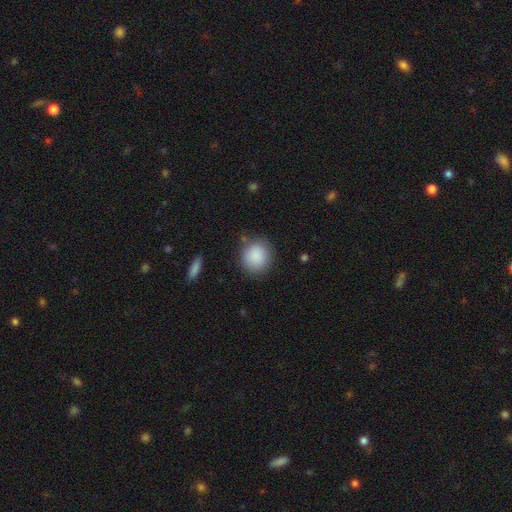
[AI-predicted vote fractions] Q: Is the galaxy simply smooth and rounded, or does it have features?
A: smooth — 88%.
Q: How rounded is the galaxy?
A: round — 83%.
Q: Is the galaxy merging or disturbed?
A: none — 80%.